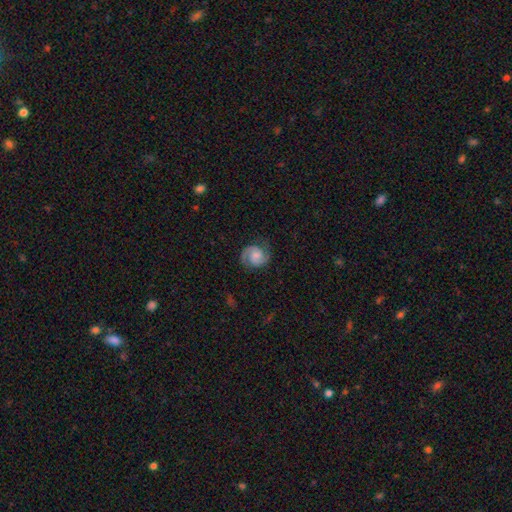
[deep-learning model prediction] Overall: featured or disk (82%). Edge-on disk: no (98%). Bar: no (56%; weak 38%). Spiral arms: yes (98%). Spiral arm count: 2 (91%). Spiral winding: medium (53%; tight 35%). Bulge size: small (33%, tied with moderate). Merging: none (81%).